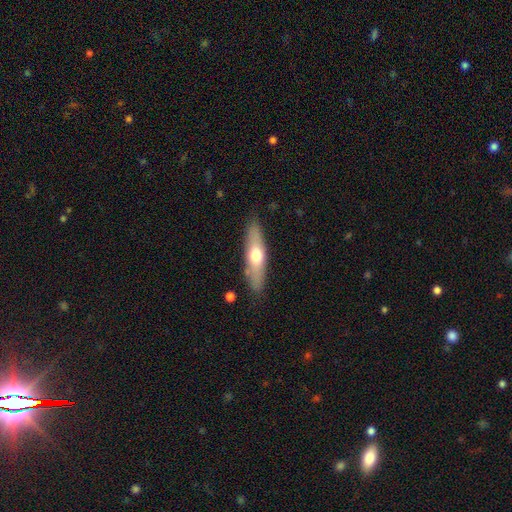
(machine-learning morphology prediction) smooth-or-featured: smooth: 53% | featured or disk: 41% | star or artifact: 6%
  how-rounded: cigar-shaped: 63% | in between: 34% | round: 2%
  merging: none: 85% | minor disturbance: 11% | major disturbance: 3% | merger: 2%